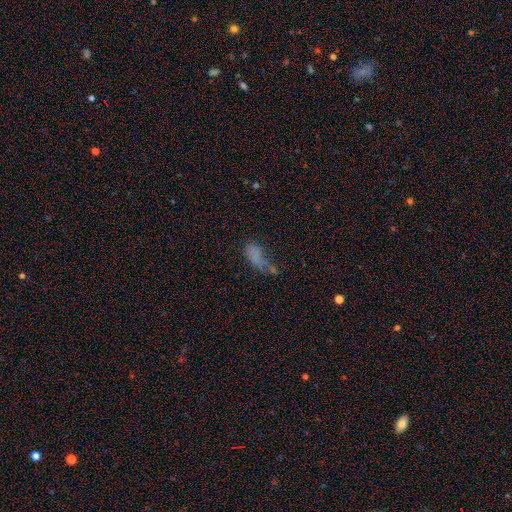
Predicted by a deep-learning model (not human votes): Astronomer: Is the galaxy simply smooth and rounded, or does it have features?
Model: smooth — 63%.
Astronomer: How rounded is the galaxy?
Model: in between — 82%.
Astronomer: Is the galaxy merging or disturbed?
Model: major disturbance — 37% (runner-up: none, 28%).